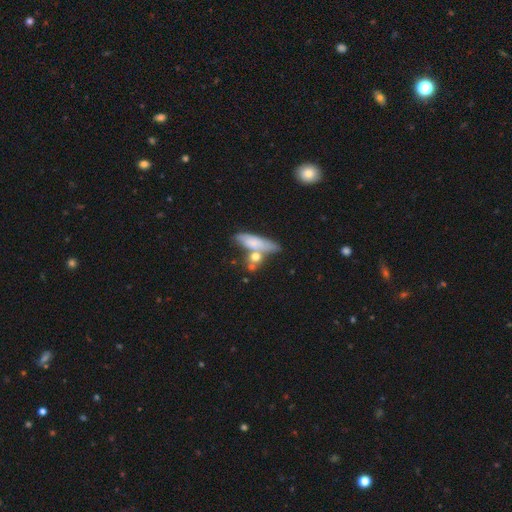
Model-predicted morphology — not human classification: The model was most divided on "how rounded": cigar-shaped: 51%, in between: 39%, round: 10%. Remaining: smooth or featured — smooth (61%); merging — none (45%).